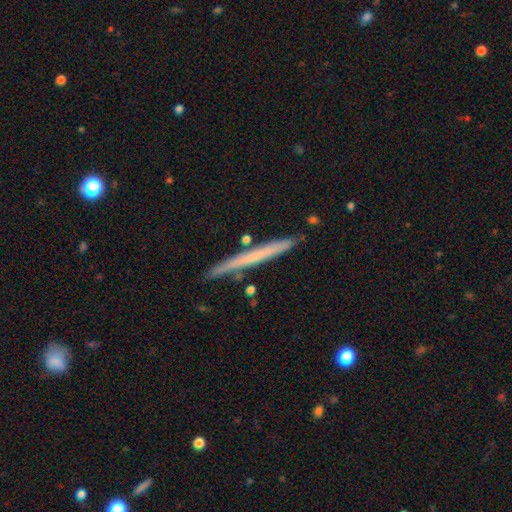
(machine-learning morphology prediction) Smooth or featured? Predicted: smooth (p=0.51). How rounded? Predicted: cigar-shaped (p=0.97). Merging? Predicted: none (p=0.82).